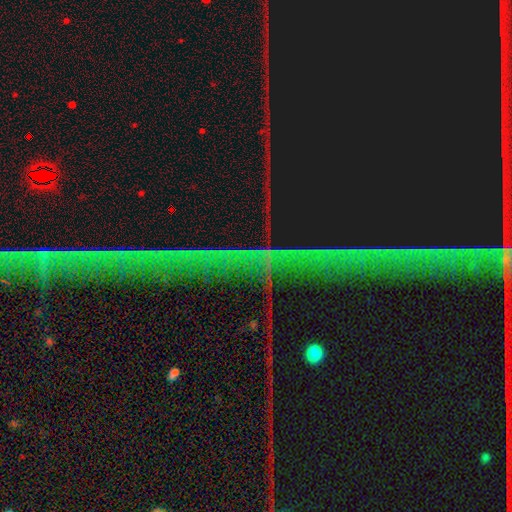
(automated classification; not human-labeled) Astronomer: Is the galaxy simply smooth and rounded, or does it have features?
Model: star or artifact — 87%.